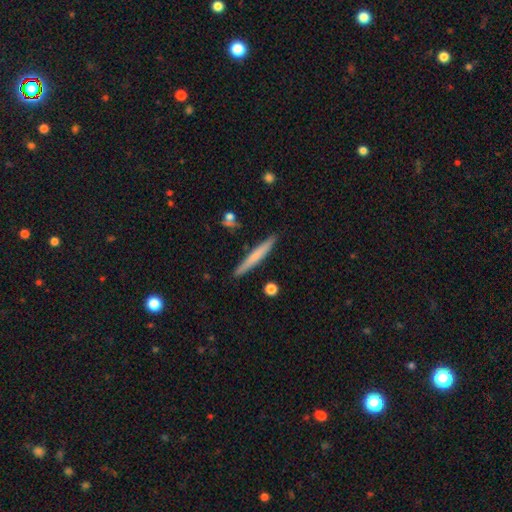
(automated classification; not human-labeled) smooth_or_featured: smooth (p=0.61) [alt: featured or disk p=0.33]
how_rounded: cigar-shaped (p=0.96) [alt: in between p=0.03]
merging: none (p=0.89) [alt: minor disturbance p=0.07]